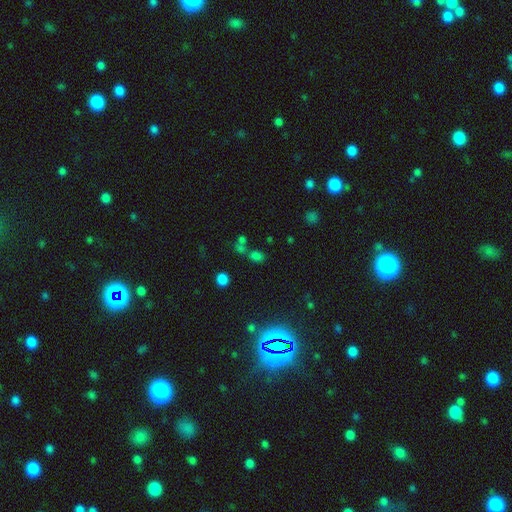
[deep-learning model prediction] Smooth or featured?
  - smooth: 62% *
  - star or artifact: 29%
  - featured or disk: 9%
How rounded?
  - in between: 59% *
  - round: 38%
  - cigar-shaped: 3%
Merging?
  - none: 51% *
  - merger: 32%
  - minor disturbance: 11%
  - major disturbance: 7%